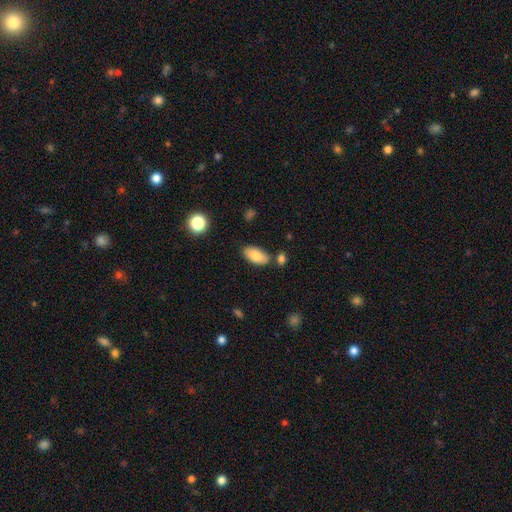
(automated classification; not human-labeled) smooth_or_featured: smooth (p=0.80) [alt: featured or disk p=0.13]
how_rounded: in between (p=0.93) [alt: cigar-shaped p=0.04]
merging: none (p=0.77) [alt: minor disturbance p=0.13]